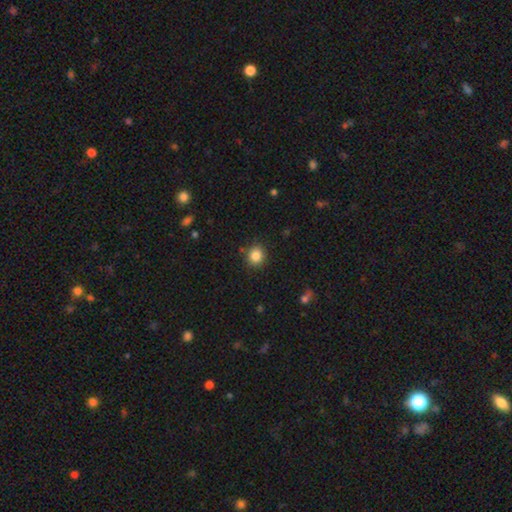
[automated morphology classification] Smooth or featured?
  - smooth: 85% *
  - star or artifact: 11%
  - featured or disk: 4%
How rounded?
  - round: 82% *
  - in between: 17%
  - cigar-shaped: 1%
Merging?
  - none: 87% *
  - minor disturbance: 9%
  - major disturbance: 2%
  - merger: 2%